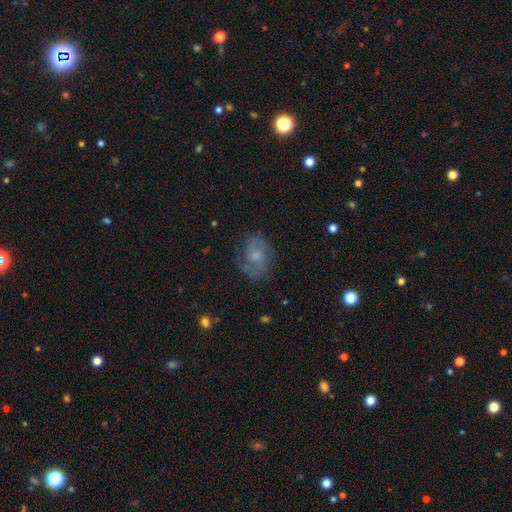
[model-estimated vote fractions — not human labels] smooth-or-featured: featured or disk: 65% | smooth: 25% | star or artifact: 10%
  disk-edge-on: no: 97% | yes: 3%
    bar: no: 70% | weak: 27% | strong: 3%
    has-spiral-arms: yes: 88% | no: 12%
      spiral-winding: medium: 46% | tight: 35% | loose: 20%
      spiral-arm-count: 2: 62% | can't tell: 20% | 1: 8% | 3: 6% | 4: 2% | more than 4: 2%
    bulge-size: small: 49% | moderate: 34% | none: 12% | large: 4% | dominant: 1%
  merging: none: 71% | minor disturbance: 18% | major disturbance: 9% | merger: 1%